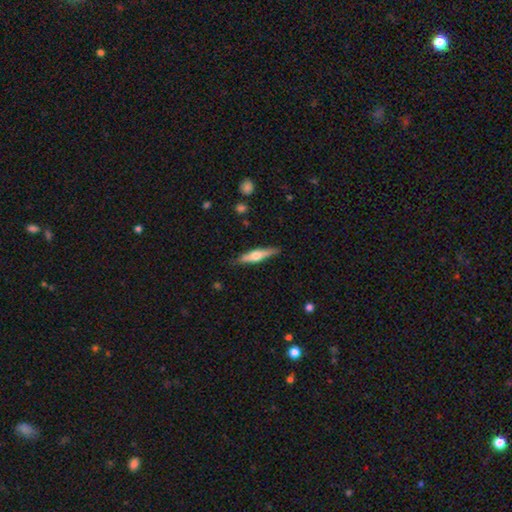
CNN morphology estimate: Smooth or featured? featured or disk (53%)
Edge-on disk? yes (94%)
Merging? none (84%)